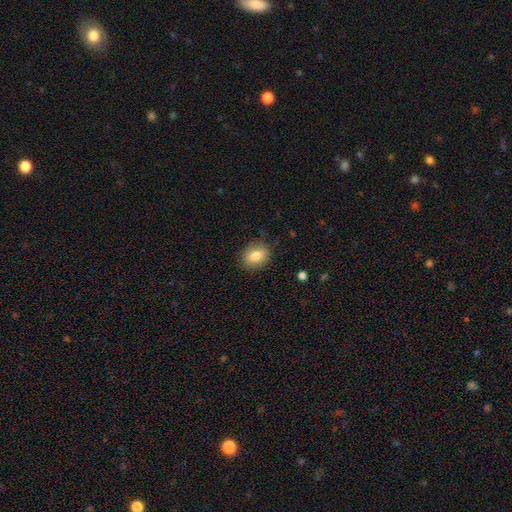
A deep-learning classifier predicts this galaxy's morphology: Q: Smooth or featured?
A: smooth (82%); runner-up: featured or disk (9%)
Q: How rounded?
A: in between (53%); runner-up: round (46%)
Q: Merging?
A: none (85%); runner-up: minor disturbance (11%)